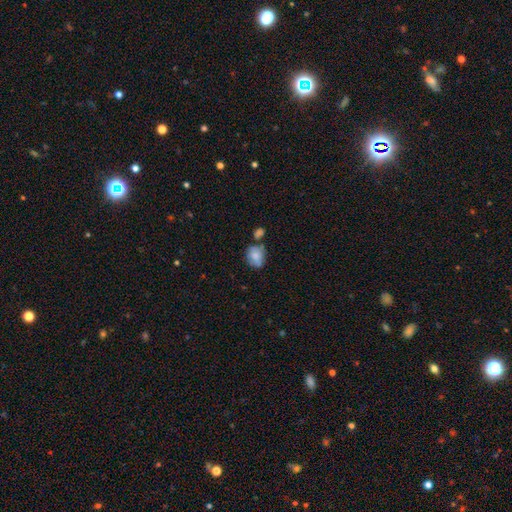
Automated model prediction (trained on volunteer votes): Overall: smooth (74%). How rounded: in between (51%; round 48%). Merging: none (46%; minor disturbance 24%).